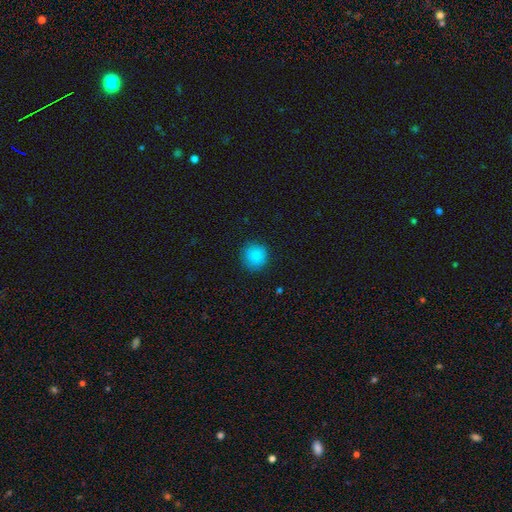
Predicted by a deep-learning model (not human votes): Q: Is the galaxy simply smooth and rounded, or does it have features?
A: smooth — 87%.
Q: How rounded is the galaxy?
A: round — 91%.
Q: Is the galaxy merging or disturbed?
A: none — 87%.